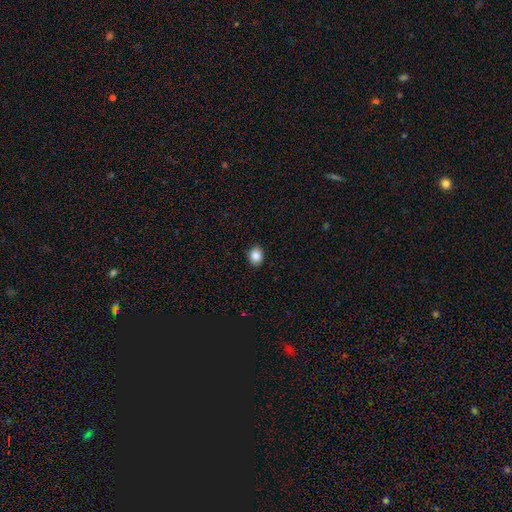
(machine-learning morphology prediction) type=smooth (85%); roundness=round (55%); merging=none (91%).